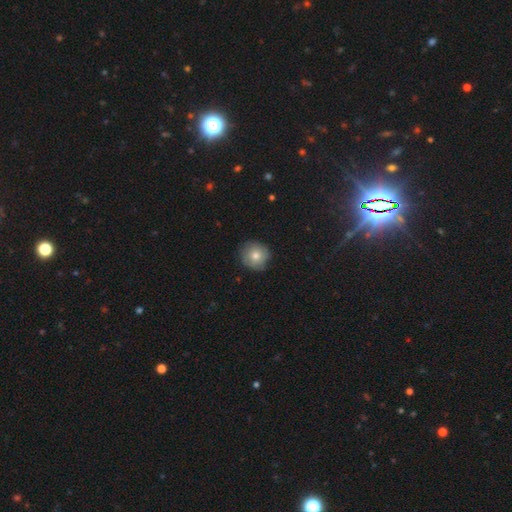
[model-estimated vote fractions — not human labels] smooth_or_featured: smooth (p=0.74) [alt: featured or disk p=0.17]
how_rounded: round (p=0.92) [alt: in between p=0.07]
merging: none (p=0.81) [alt: minor disturbance p=0.15]